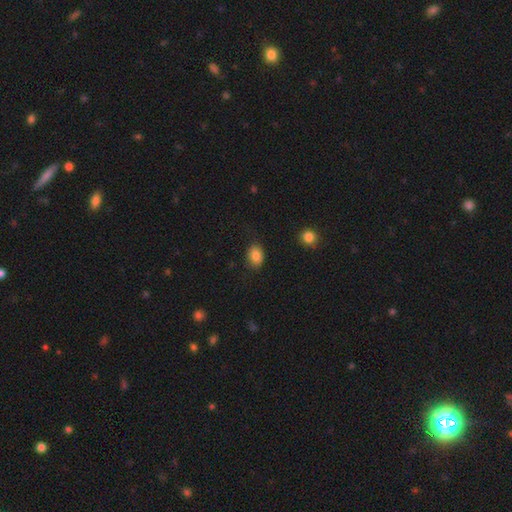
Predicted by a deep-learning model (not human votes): Smooth or featured?
  - smooth: 83% *
  - star or artifact: 9%
  - featured or disk: 8%
How rounded?
  - in between: 69% *
  - round: 30%
  - cigar-shaped: 1%
Merging?
  - none: 82% *
  - minor disturbance: 13%
  - major disturbance: 3%
  - merger: 1%